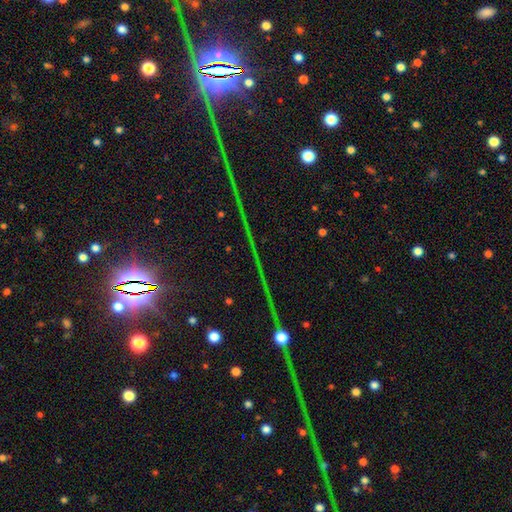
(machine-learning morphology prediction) The model was most divided on "smooth or featured": star or artifact: 84%, featured or disk: 9%, smooth: 7%.